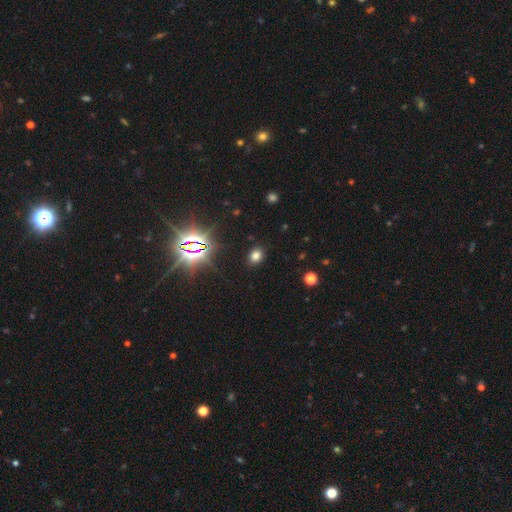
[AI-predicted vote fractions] The model was most divided on "how rounded": in between: 54%, round: 45%, cigar-shaped: 1%. More confident: merging — none (88%); smooth or featured — smooth (70%).